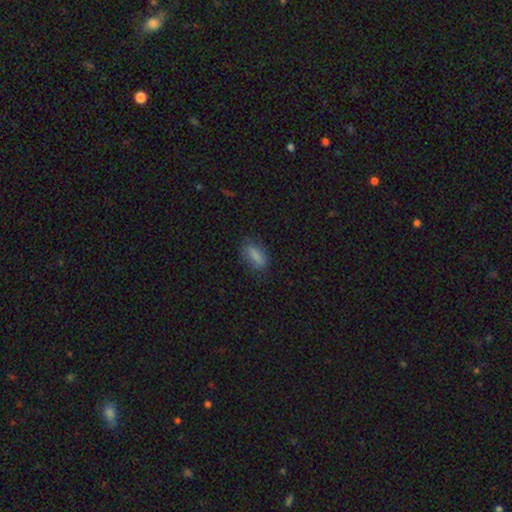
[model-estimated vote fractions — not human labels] smooth_or_featured: smooth (p=0.83) [alt: featured or disk p=0.09]
how_rounded: in between (p=0.71) [alt: cigar-shaped p=0.25]
merging: none (p=0.76) [alt: minor disturbance p=0.17]